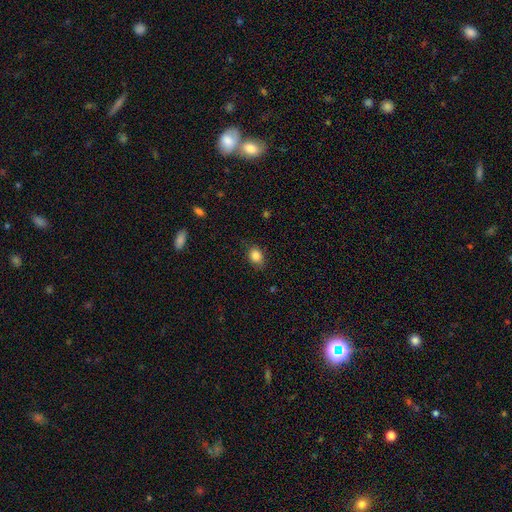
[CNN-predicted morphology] This is clearly a smooth galaxy (85%). How rounded: likely in between (63%). Merging: clearly none (81%).